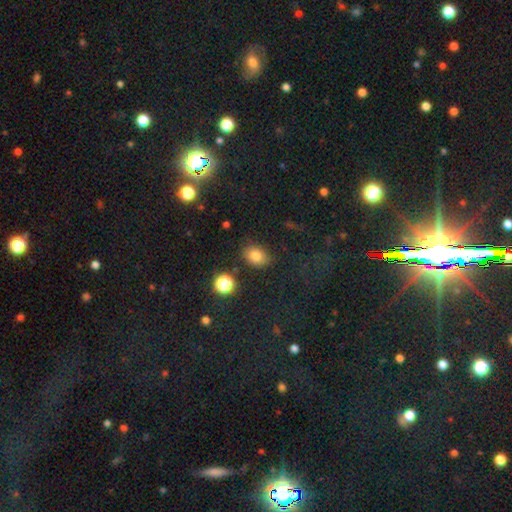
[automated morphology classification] smooth-or-featured: smooth: 77% | star or artifact: 15% | featured or disk: 8%
  how-rounded: in between: 67% | round: 31% | cigar-shaped: 1%
  merging: none: 80% | minor disturbance: 14% | major disturbance: 4% | merger: 3%